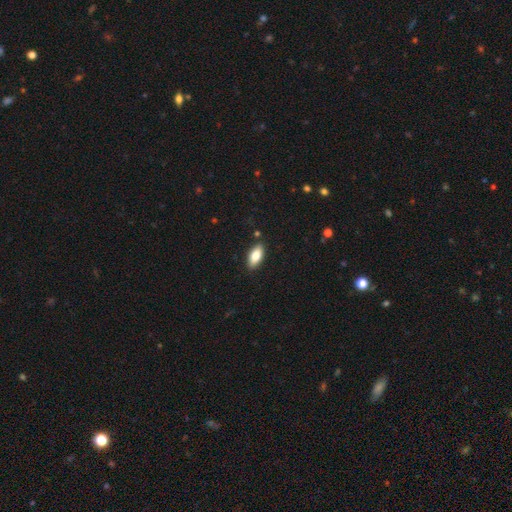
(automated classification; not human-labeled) Morphology: type=smooth (79%); roundness=in between (86%); merging=none (87%).